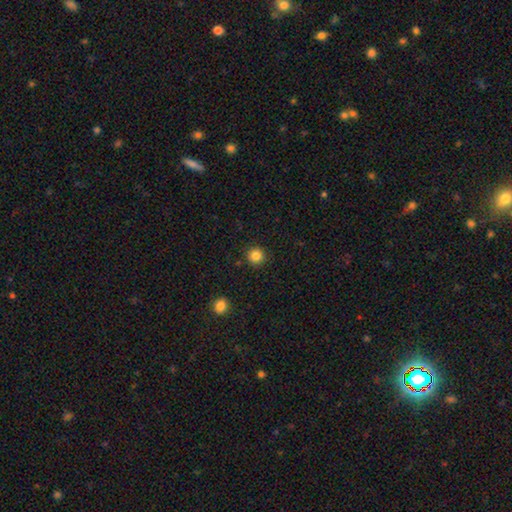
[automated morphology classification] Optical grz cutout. It shows a smooth galaxy with no disk features (84%) that is round (94%). Merging: none (91%).